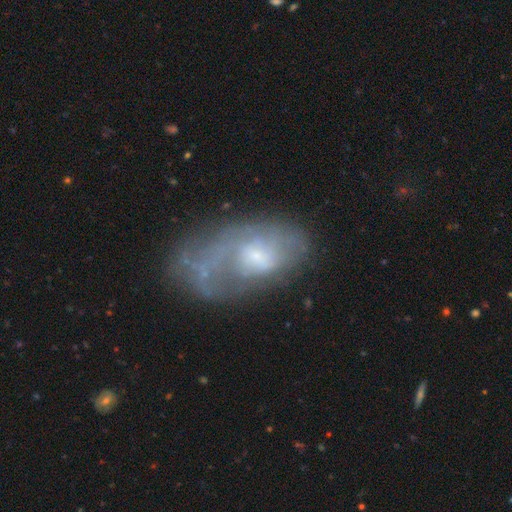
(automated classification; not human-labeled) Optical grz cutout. It shows a featured or disk galaxy (59%) with no bar (67%), no spiral arms (52%) and a small central bulge (59%). Merging: none (37%).